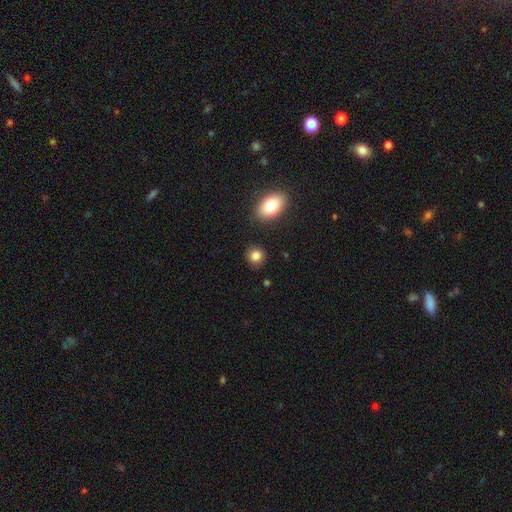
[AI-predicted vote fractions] Q: Smooth or featured?
A: smooth (84%); runner-up: star or artifact (10%)
Q: How rounded?
A: round (83%); runner-up: in between (16%)
Q: Merging?
A: none (86%); runner-up: minor disturbance (9%)